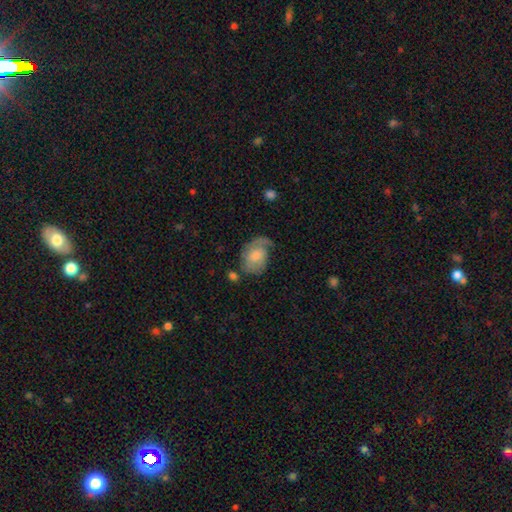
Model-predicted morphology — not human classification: Smooth or featured: featured or disk — 54% (smooth — 40%)
Edge-on disk: no — 96% (yes — 4%)
Bar: no — 69% (weak — 27%)
Spiral arms: yes — 82% (no — 18%)
Bulge size: moderate — 42% (small — 39%)
Merging: none — 40% (minor disturbance — 28%)